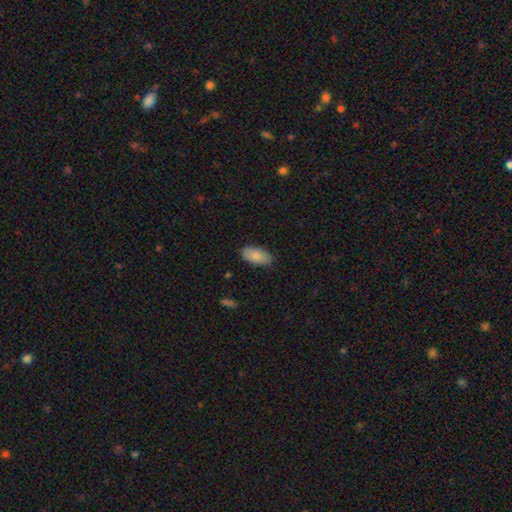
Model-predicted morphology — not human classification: Overall: smooth (86%). How rounded: in between (93%). Merging: none (85%).